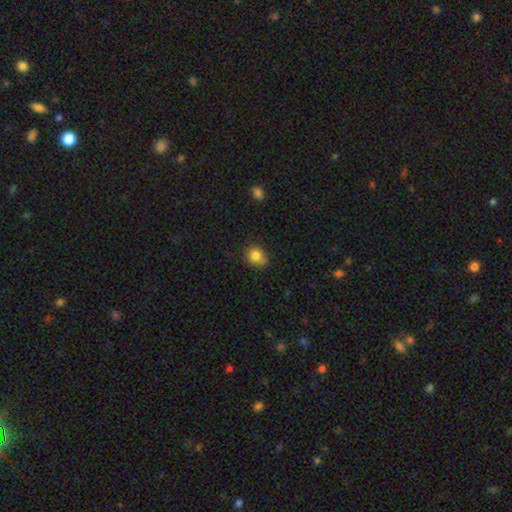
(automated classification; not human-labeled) Morphology: type=smooth (83%); roundness=round (71%); merging=none (72%).